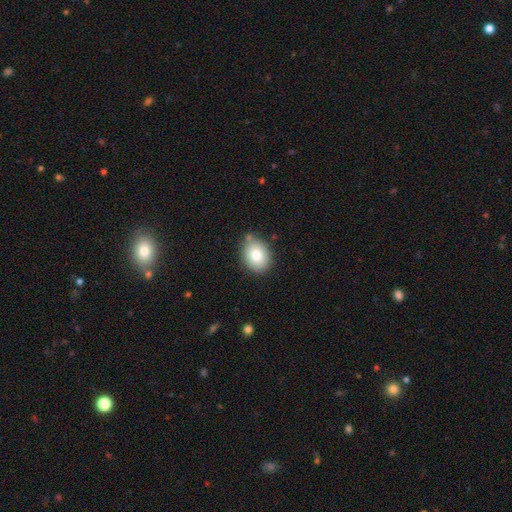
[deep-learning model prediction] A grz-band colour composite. It shows a smooth galaxy with no disk features (82%) that is in between round and cigar-shaped (62%). Merging: none (79%).